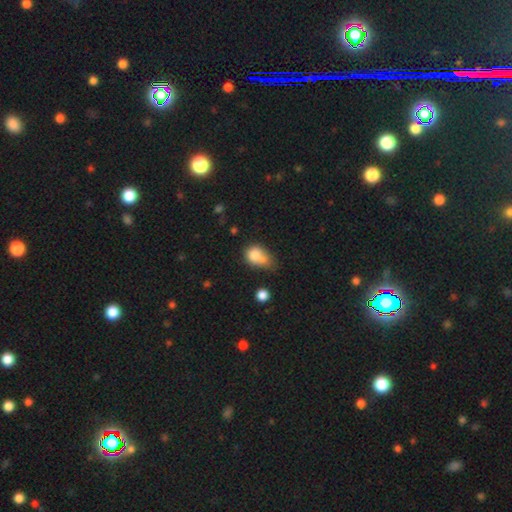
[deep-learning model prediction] Smooth or featured? Predicted: smooth (p=0.77). How rounded? Predicted: in between (p=0.54). Merging? Predicted: merger (p=0.42).